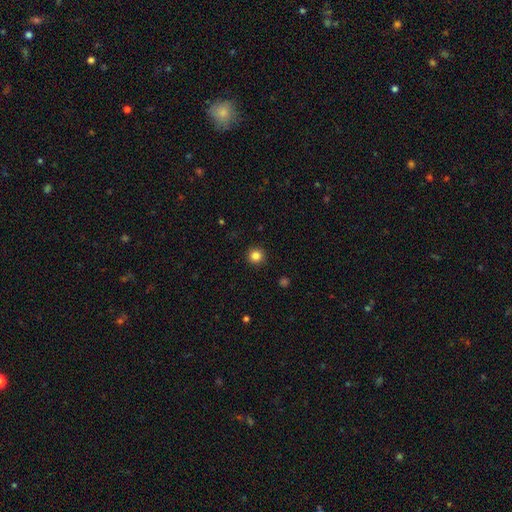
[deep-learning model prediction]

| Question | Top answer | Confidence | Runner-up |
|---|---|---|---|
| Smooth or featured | smooth | 85% | star or artifact (11%) |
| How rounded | round | 95% | in between (4%) |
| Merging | none | 92% | minor disturbance (5%) |